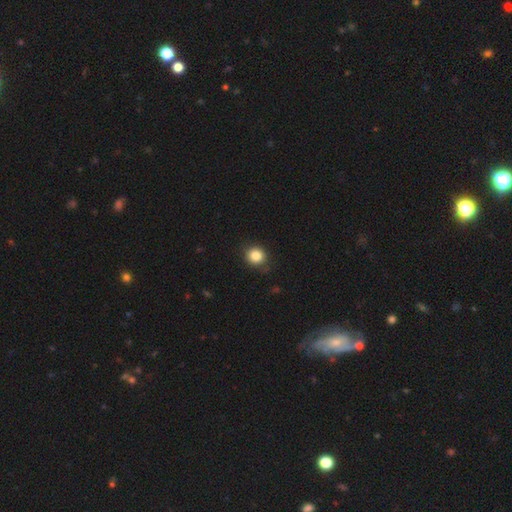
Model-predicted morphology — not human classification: Smooth or featured? Predicted: smooth (p=0.85). How rounded? Predicted: round (p=0.87). Merging? Predicted: none (p=0.86).